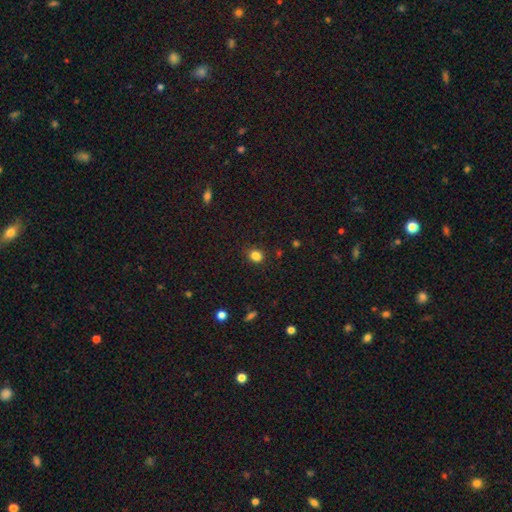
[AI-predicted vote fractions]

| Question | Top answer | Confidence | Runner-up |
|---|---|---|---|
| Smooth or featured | smooth | 84% | star or artifact (12%) |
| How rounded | round | 63% | in between (36%) |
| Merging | none | 85% | minor disturbance (11%) |